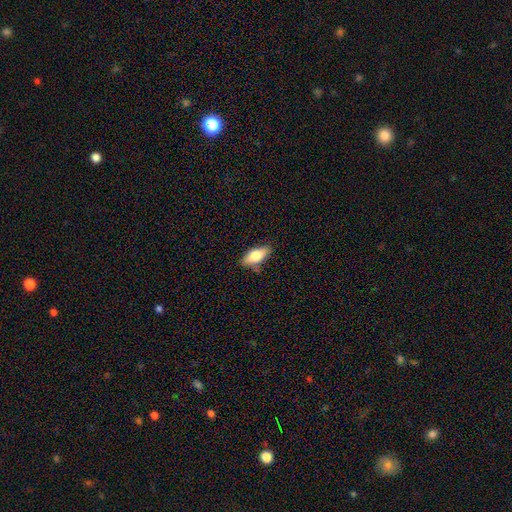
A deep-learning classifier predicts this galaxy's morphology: Smooth or featured? Predicted: smooth (p=0.71). How rounded? Predicted: in between (p=0.81). Merging? Predicted: none (p=0.75).